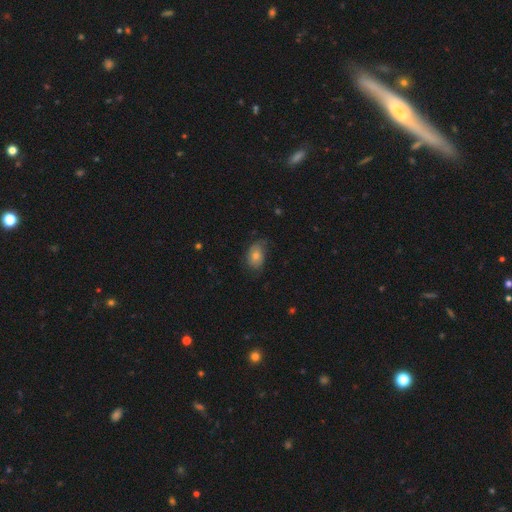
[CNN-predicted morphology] A smooth galaxy with no disk features (67%) that is in between round and cigar-shaped (78%).

Vote fractions:
- Smooth or featured? smooth: 67% / featured or disk: 22% / star or artifact: 11%
- How rounded? in between: 78% / round: 21% / cigar-shaped: 1%
- Merging? none: 63% / minor disturbance: 27% / major disturbance: 9% / merger: 1%